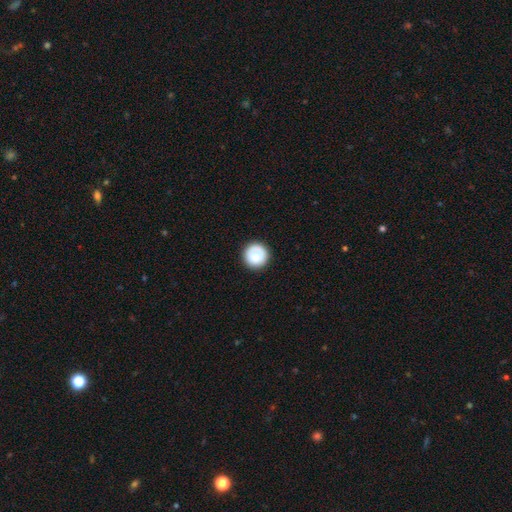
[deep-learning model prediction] Overall: smooth (77%). How rounded: round (95%). Merging: none (84%).